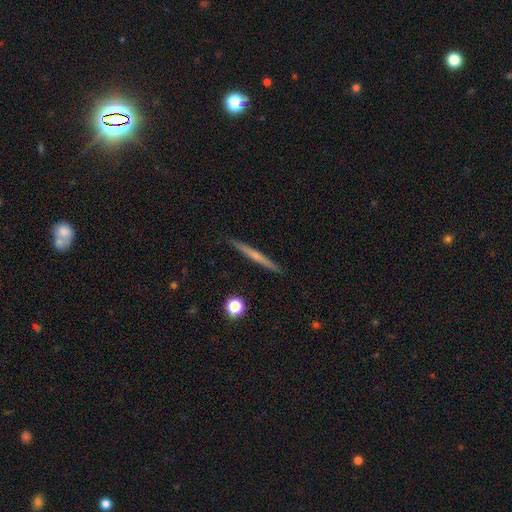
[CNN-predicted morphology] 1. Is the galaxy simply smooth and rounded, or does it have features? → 53% featured or disk, 40% smooth, 7% star or artifact.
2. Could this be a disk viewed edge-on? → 98% yes, 2% no.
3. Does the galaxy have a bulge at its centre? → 68% none, 27% rounded, 5% boxy.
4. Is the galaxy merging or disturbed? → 92% none, 6% minor disturbance, 1% major disturbance, 1% merger.